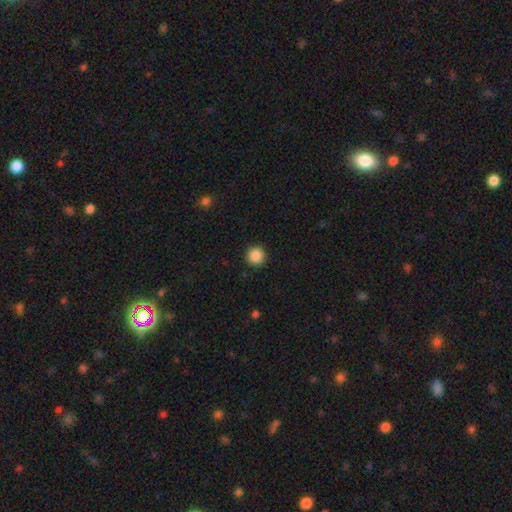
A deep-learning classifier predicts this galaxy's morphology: Smooth or featured: smooth — 87% (star or artifact — 10%)
How rounded: round — 95% (in between — 4%)
Merging: none — 92% (minor disturbance — 5%)